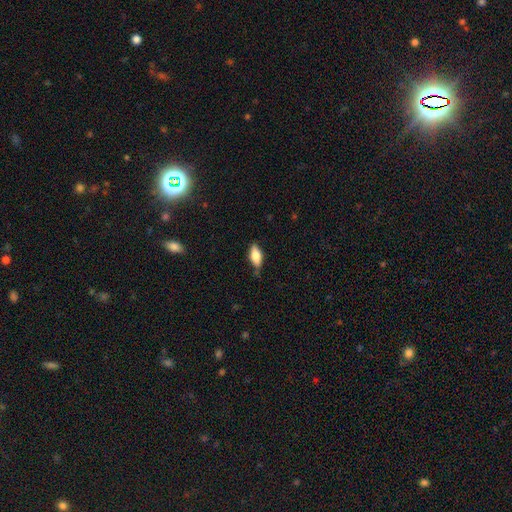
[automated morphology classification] Smooth or featured?
  - smooth: 72% *
  - featured or disk: 21%
  - star or artifact: 7%
How rounded?
  - in between: 83% *
  - cigar-shaped: 14%
  - round: 3%
Merging?
  - none: 67% *
  - minor disturbance: 26%
  - major disturbance: 5%
  - merger: 2%